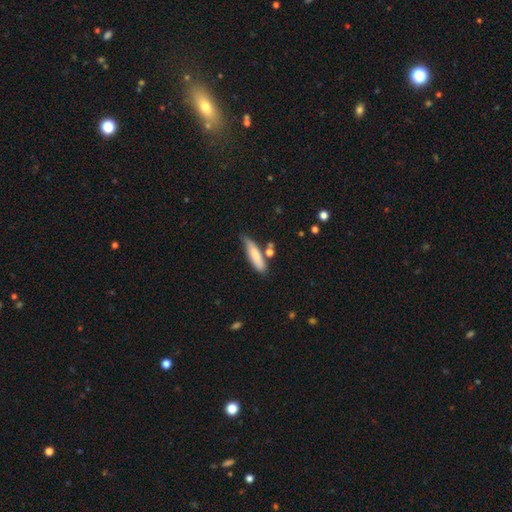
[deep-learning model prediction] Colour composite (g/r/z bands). It shows a smooth galaxy with no disk features (78%) that is cigar-shaped (68%). Merging: none (61%).